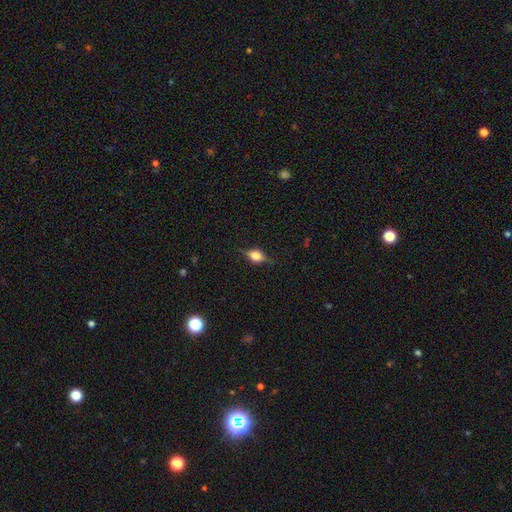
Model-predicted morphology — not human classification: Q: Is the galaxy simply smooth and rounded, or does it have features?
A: smooth — 49%.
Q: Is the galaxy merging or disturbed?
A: none — 76%.